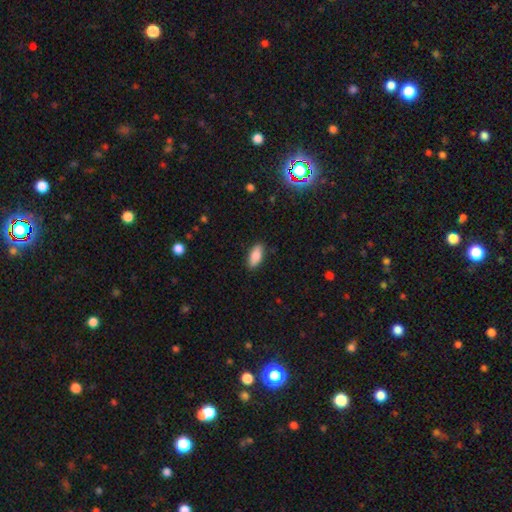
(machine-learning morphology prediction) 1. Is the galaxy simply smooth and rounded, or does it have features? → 85% smooth, 9% featured or disk, 7% star or artifact.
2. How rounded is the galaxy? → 84% in between, 14% cigar-shaped, 2% round.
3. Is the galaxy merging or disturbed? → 88% none, 9% minor disturbance, 2% major disturbance, 1% merger.